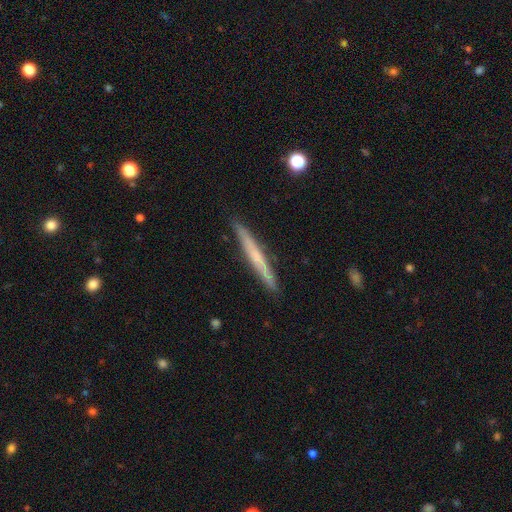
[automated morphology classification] This is possibly a featured or disk galaxy (47%, tied with smooth). Merging: clearly none (90%).